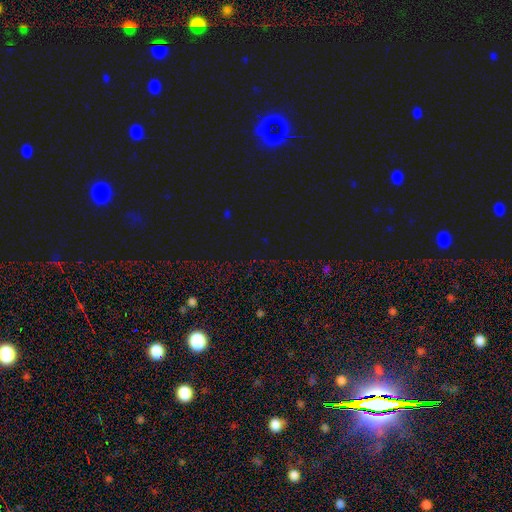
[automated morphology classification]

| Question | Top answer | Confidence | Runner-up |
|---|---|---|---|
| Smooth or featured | star or artifact | 75% | smooth (19%) |